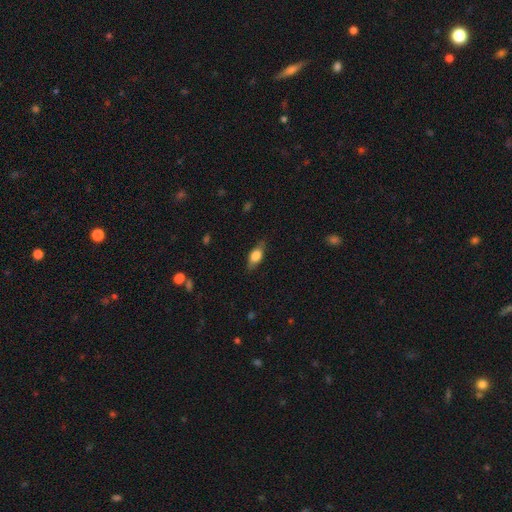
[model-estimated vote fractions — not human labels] A smooth galaxy with no disk features (71%) that is in between round and cigar-shaped (79%).

Vote fractions:
- Smooth or featured? smooth: 71% / featured or disk: 22% / star or artifact: 7%
- How rounded? in between: 79% / cigar-shaped: 15% / round: 6%
- Merging? none: 78% / minor disturbance: 17% / major disturbance: 4% / merger: 1%